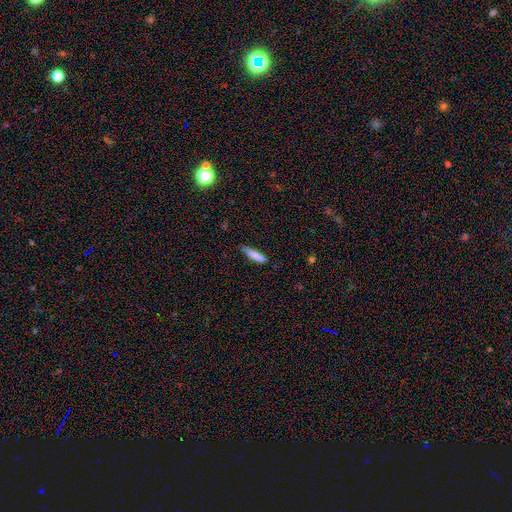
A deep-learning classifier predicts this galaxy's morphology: Smooth or featured? Predicted: smooth (p=0.79). How rounded? Predicted: cigar-shaped (p=0.86). Merging? Predicted: none (p=0.76).